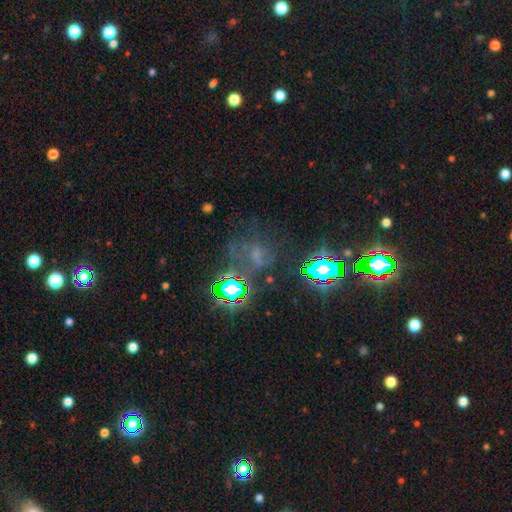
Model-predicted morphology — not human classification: The model was most divided on "smooth or featured": star or artifact: 46%, smooth: 28%, featured or disk: 25%.